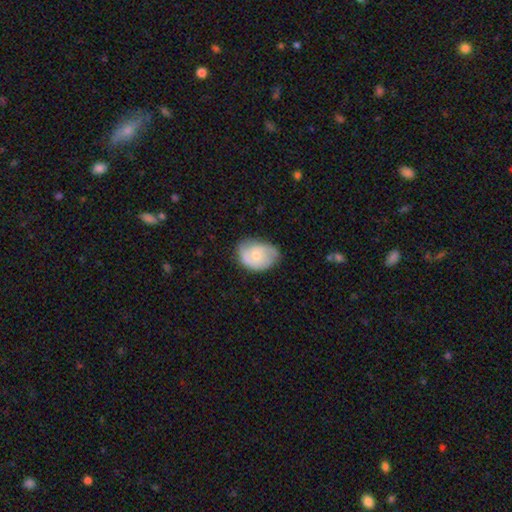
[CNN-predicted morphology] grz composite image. It shows a featured or disk galaxy (50%). Merging: none (62%).